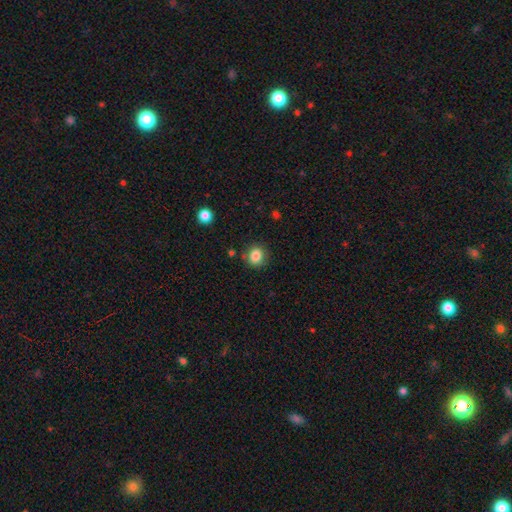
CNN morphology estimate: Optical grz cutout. It shows a smooth galaxy with no disk features (85%) that is round (77%). Merging: none (83%).